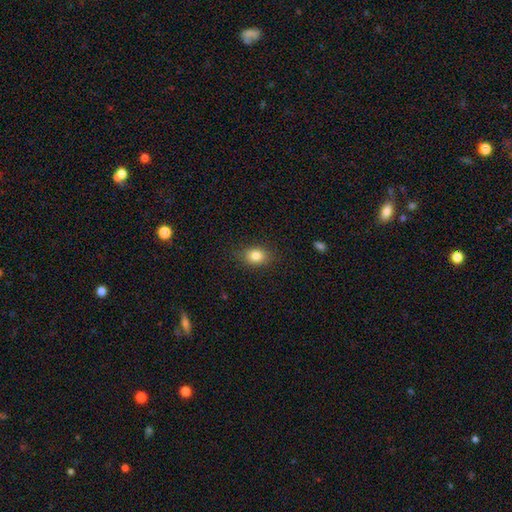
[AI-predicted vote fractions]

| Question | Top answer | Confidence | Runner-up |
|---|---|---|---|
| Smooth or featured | smooth | 83% | star or artifact (10%) |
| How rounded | in between | 63% | round (36%) |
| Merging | none | 85% | minor disturbance (11%) |